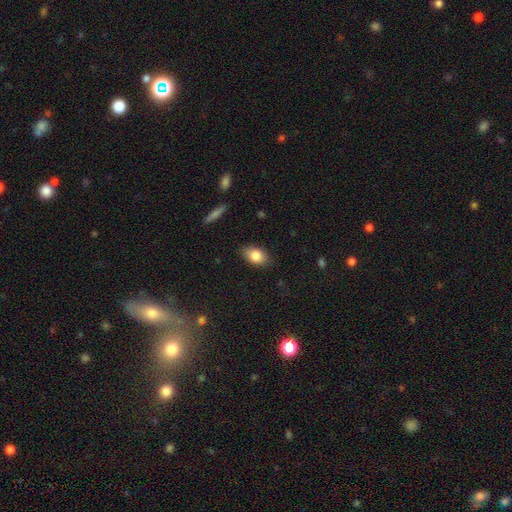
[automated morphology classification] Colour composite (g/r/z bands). It shows a smooth galaxy with no disk features (83%) that is in between round and cigar-shaped (86%). Merging: none (84%).